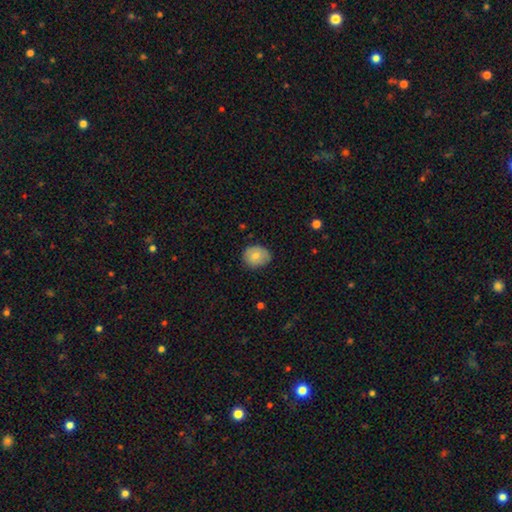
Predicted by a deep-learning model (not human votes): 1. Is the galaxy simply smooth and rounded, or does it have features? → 76% smooth, 16% featured or disk, 7% star or artifact.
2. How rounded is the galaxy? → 54% round, 45% in between, 1% cigar-shaped.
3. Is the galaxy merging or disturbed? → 72% none, 23% minor disturbance, 4% major disturbance, 1% merger.